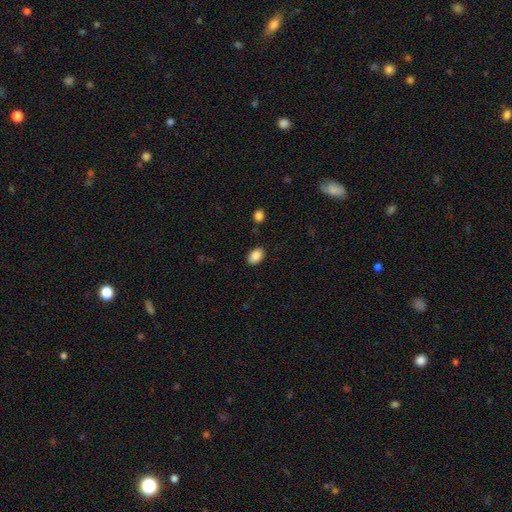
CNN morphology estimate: smooth 88%, star or artifact 8%, featured or disk 4%. Down the decision tree: how rounded — in between (89%); merging — none (86%).